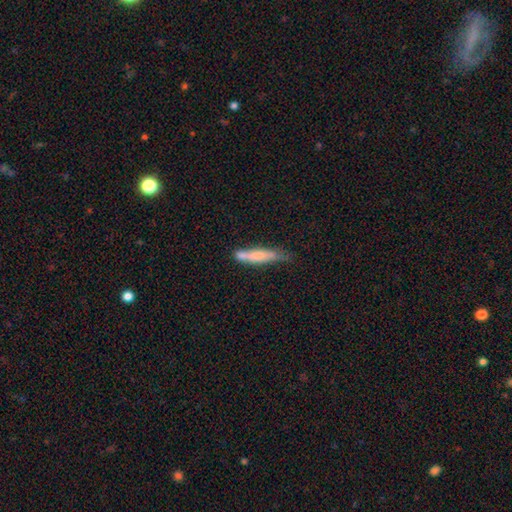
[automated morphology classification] Q: Smooth or featured?
A: smooth (64%); runner-up: featured or disk (28%)
Q: How rounded?
A: cigar-shaped (88%); runner-up: in between (10%)
Q: Merging?
A: none (49%); runner-up: minor disturbance (27%)